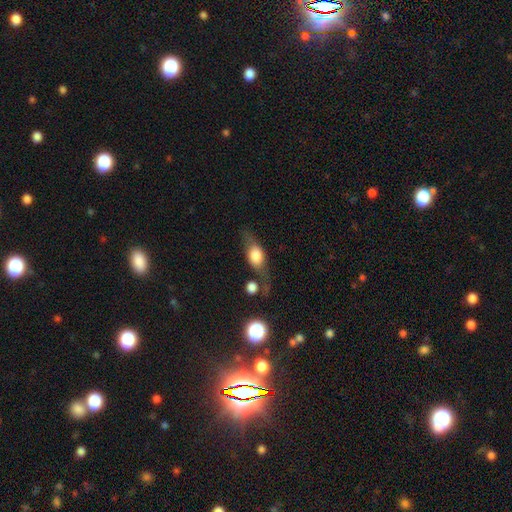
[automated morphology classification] This is possibly a smooth galaxy (50%). How rounded: likely in between (65%). Merging: possibly none (55%).